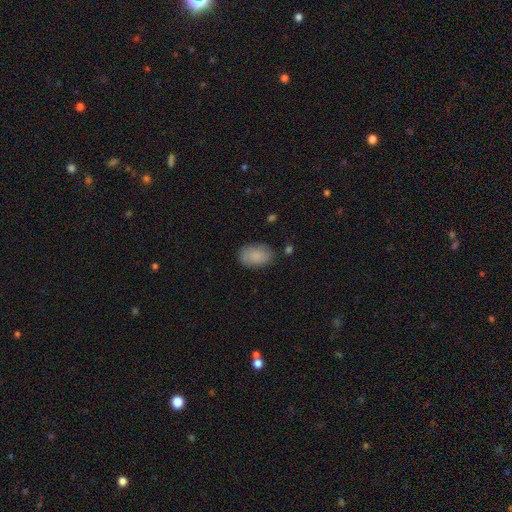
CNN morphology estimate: Smooth or featured? Predicted: smooth (p=0.87). How rounded? Predicted: in between (p=0.90). Merging? Predicted: none (p=0.81).